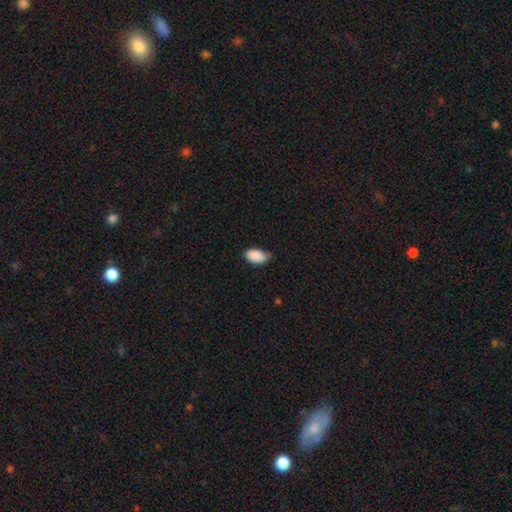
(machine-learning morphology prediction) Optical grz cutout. It shows a smooth galaxy with no disk features (89%) that is in between round and cigar-shaped (93%). Merging: none (63%).